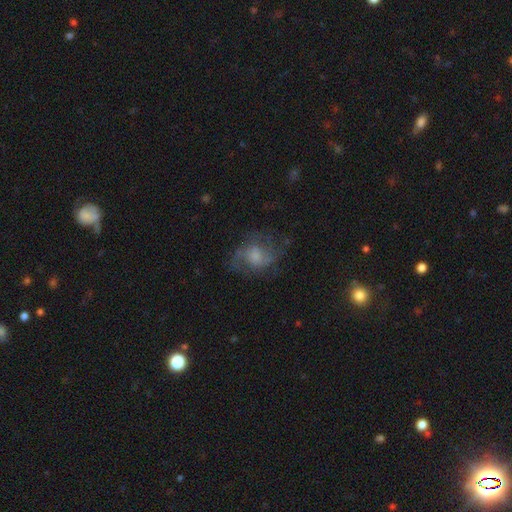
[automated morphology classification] Smooth or featured: featured or disk — 50% (smooth — 38%)
Edge-on disk: no — 97% (yes — 3%)
Merging: none — 57% (major disturbance — 21%)